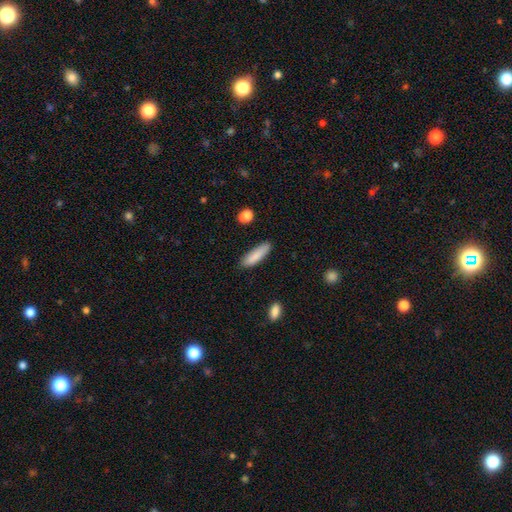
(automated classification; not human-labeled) smooth-or-featured: smooth: 87% | featured or disk: 7% | star or artifact: 6%
  how-rounded: cigar-shaped: 65% | in between: 33% | round: 2%
  merging: none: 84% | minor disturbance: 12% | major disturbance: 2% | merger: 2%